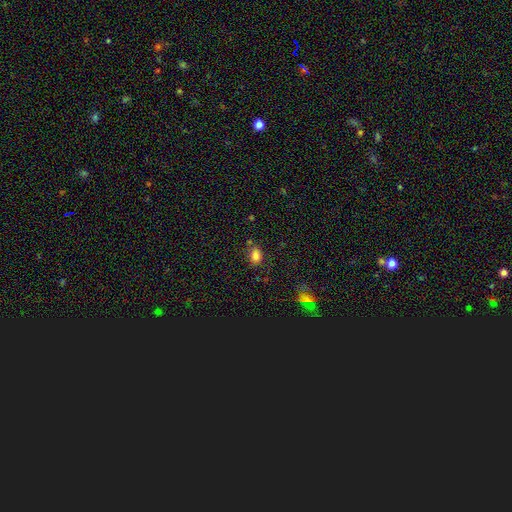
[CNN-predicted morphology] Smooth or featured? Predicted: smooth (p=0.81). How rounded? Predicted: in between (p=0.74). Merging? Predicted: none (p=0.72).